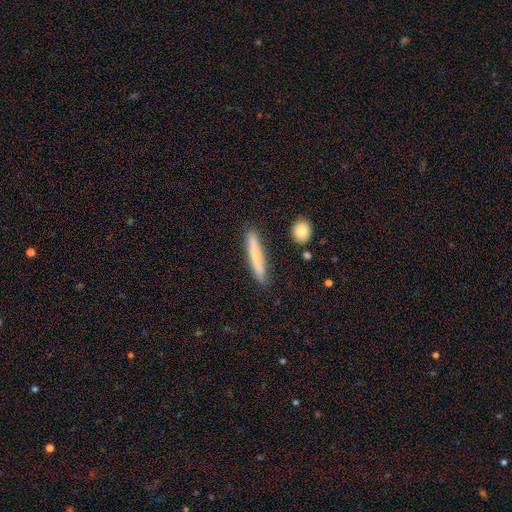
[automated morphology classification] The model was most divided on "smooth or featured": smooth: 56%, featured or disk: 38%, star or artifact: 6%. More confident: how rounded — cigar-shaped (90%); merging — none (87%).